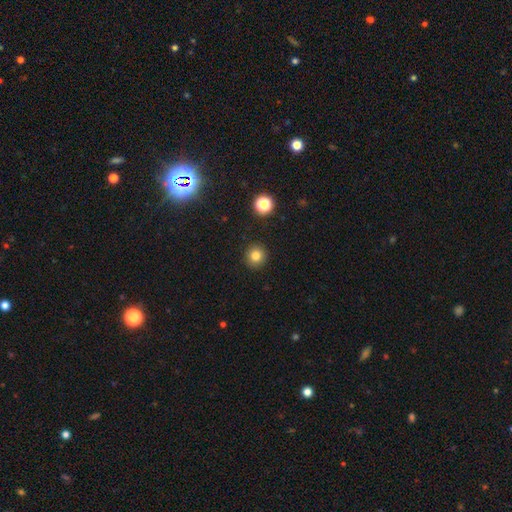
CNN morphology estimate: smooth_or_featured: smooth (p=0.81) [alt: star or artifact p=0.13]
how_rounded: round (p=0.93) [alt: in between p=0.06]
merging: none (p=0.91) [alt: minor disturbance p=0.06]